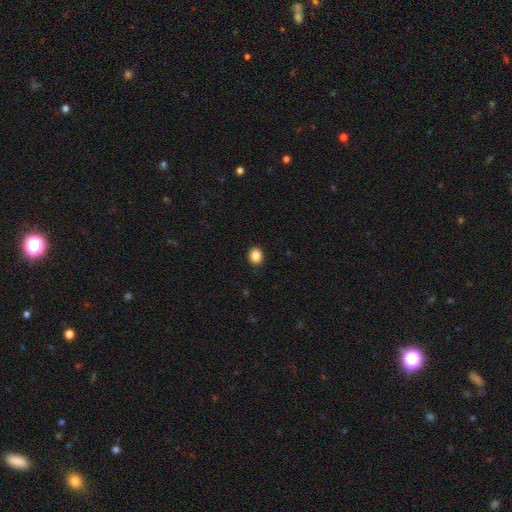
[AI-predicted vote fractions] This appears to be a smooth galaxy with no disk features (87%) that is round (73%). Merging: none (91%).